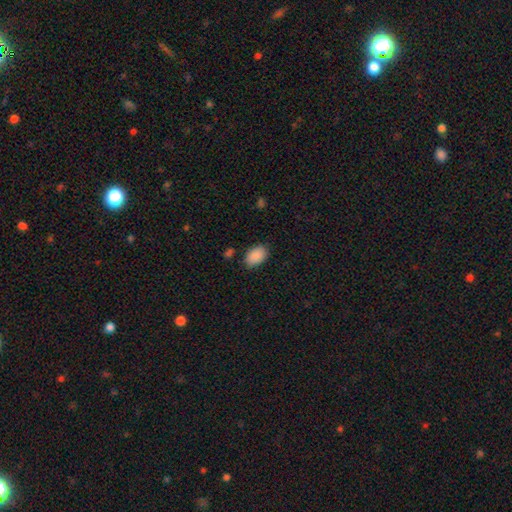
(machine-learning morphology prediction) smooth-or-featured: smooth: 90% | star or artifact: 7% | featured or disk: 3%
  how-rounded: in between: 89% | round: 10% | cigar-shaped: 1%
  merging: none: 84% | minor disturbance: 11% | major disturbance: 3% | merger: 2%